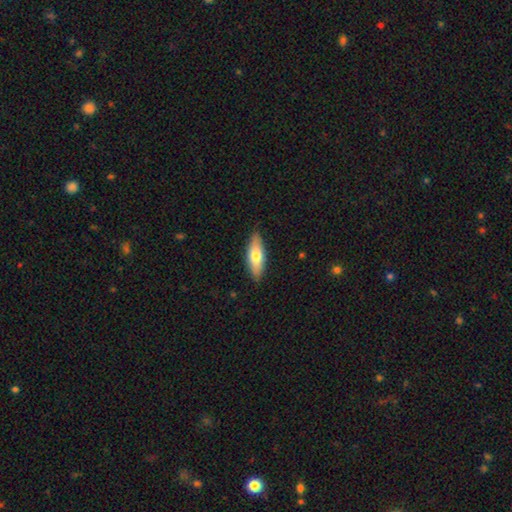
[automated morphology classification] Overall: smooth (69%). How rounded: in between (62%; cigar-shaped 35%). Merging: none (86%).